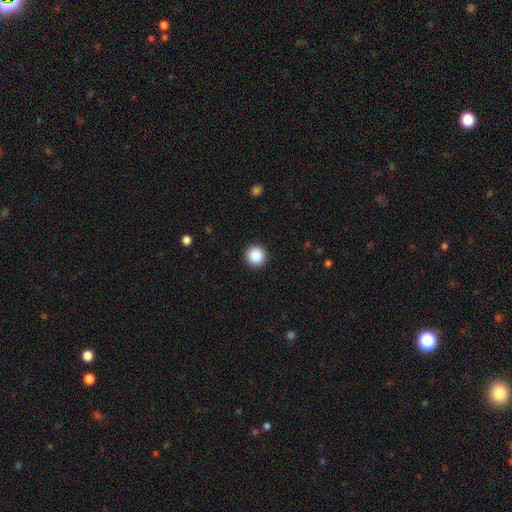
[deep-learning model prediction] This is clearly a smooth galaxy (88%). How rounded: clearly round (96%). Merging: clearly none (93%).